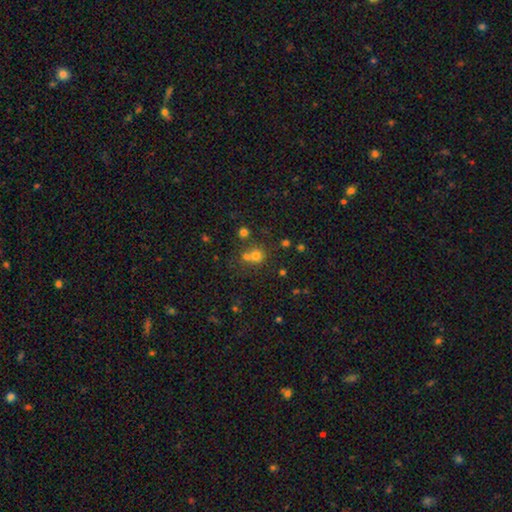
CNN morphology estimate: This appears to be a smooth galaxy with no disk features (68%) that is round (83%). Merging: none (50%).